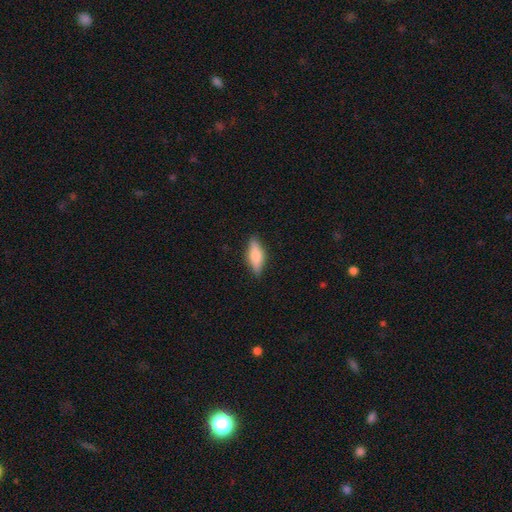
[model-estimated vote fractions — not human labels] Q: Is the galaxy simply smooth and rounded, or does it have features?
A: smooth — 66%.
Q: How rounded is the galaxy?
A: in between — 59%.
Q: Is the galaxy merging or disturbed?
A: none — 85%.